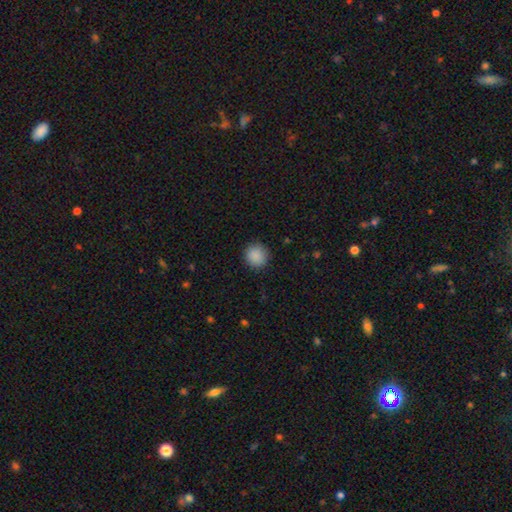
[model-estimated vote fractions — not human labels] Smooth or featured? Predicted: smooth (p=0.89). How rounded? Predicted: round (p=0.92). Merging? Predicted: none (p=0.90).